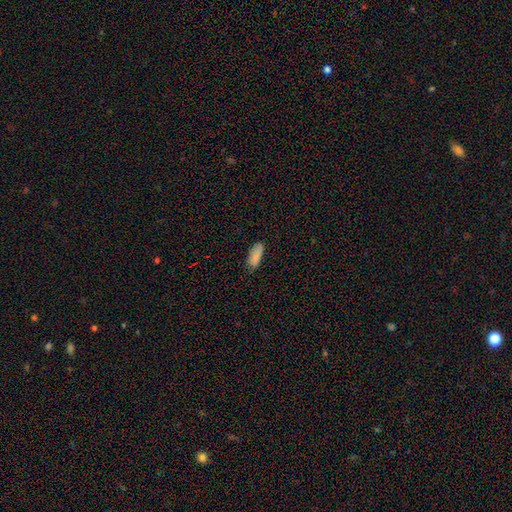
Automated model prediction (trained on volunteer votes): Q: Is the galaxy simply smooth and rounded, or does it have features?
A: smooth — 87%.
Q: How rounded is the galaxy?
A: in between — 80%.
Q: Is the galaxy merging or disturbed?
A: none — 77%.